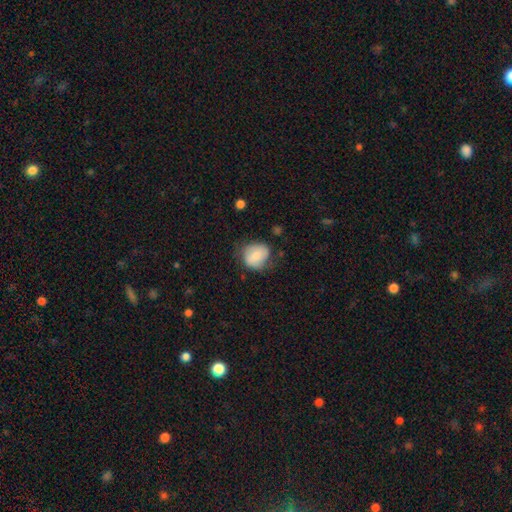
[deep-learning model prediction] Smooth or featured? Predicted: smooth (p=0.71). How rounded? Predicted: round (p=0.60). Merging? Predicted: none (p=0.57).